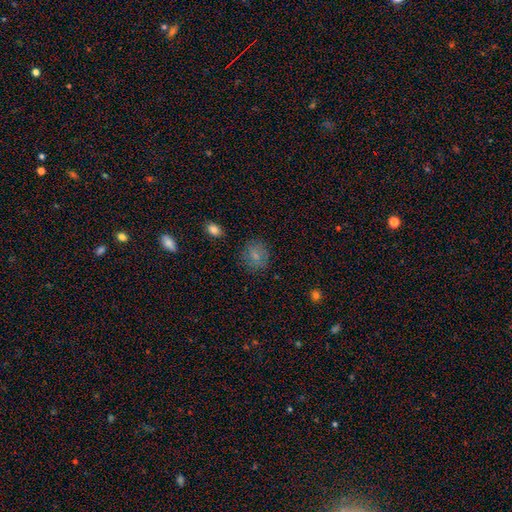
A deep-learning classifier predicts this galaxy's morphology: This is likely a smooth galaxy (75%). How rounded: clearly round (81%). Merging: clearly none (81%).